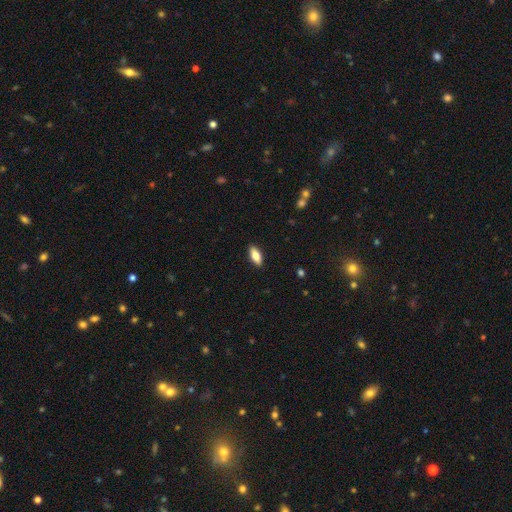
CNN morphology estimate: smooth_or_featured: smooth (p=0.80) [alt: featured or disk p=0.14]
how_rounded: in between (p=0.79) [alt: cigar-shaped p=0.19]
merging: none (p=0.90) [alt: minor disturbance p=0.08]